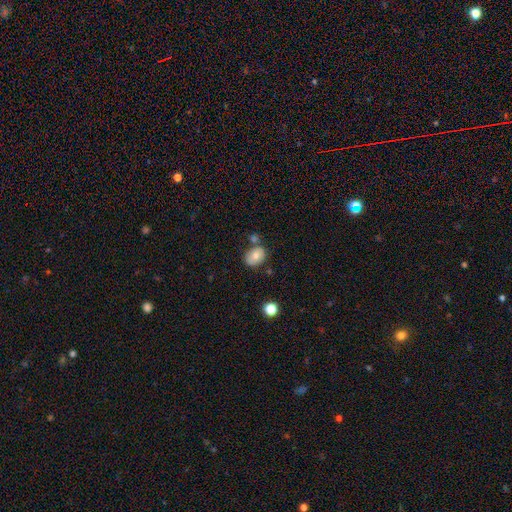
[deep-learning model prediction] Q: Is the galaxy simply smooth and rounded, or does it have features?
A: smooth — 73%.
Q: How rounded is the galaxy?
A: in between — 65%.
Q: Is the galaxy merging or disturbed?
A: none — 65%.